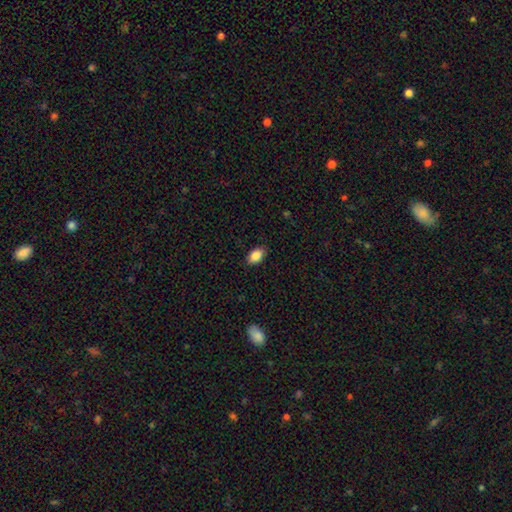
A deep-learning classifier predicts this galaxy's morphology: type=smooth (88%); roundness=in between (90%); merging=none (87%).